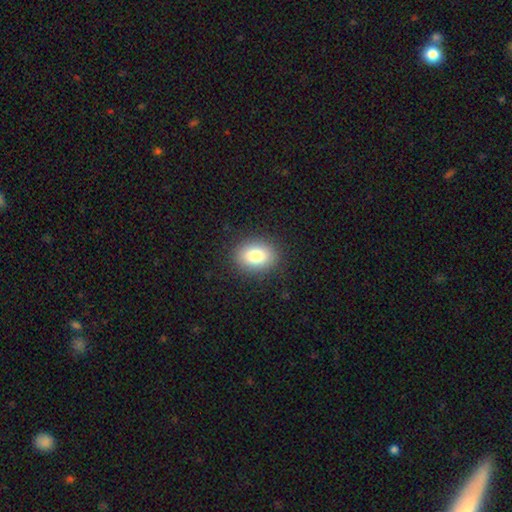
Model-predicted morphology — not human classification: type=smooth (81%); roundness=in between (65%); merging=none (88%).